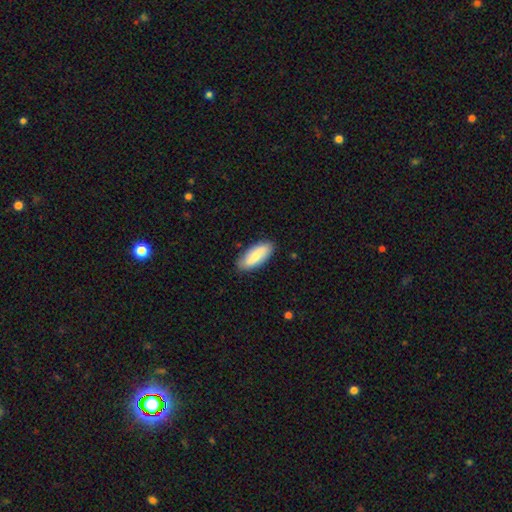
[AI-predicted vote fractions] smooth-or-featured: smooth: 69% | featured or disk: 25% | star or artifact: 5%
  how-rounded: in between: 82% | cigar-shaped: 16% | round: 2%
  merging: none: 86% | minor disturbance: 11% | major disturbance: 2% | merger: 1%